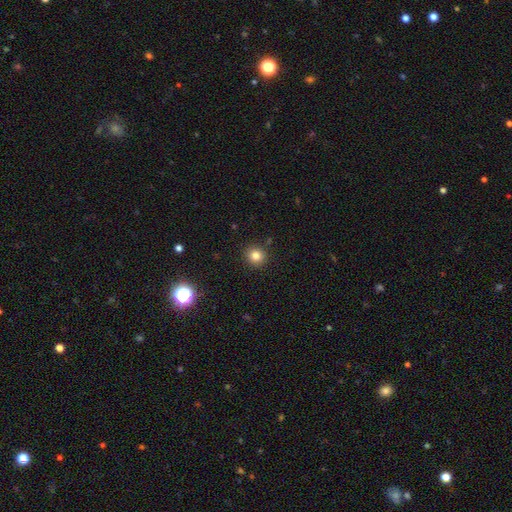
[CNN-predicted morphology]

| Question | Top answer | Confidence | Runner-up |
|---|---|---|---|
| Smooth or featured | smooth | 81% | star or artifact (13%) |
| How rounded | round | 92% | in between (7%) |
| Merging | none | 90% | minor disturbance (6%) |